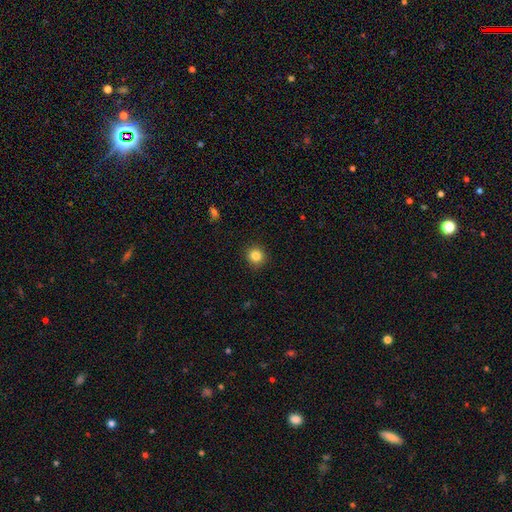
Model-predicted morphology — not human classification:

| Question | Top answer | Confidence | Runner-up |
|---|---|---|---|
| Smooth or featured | smooth | 84% | star or artifact (11%) |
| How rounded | round | 92% | in between (7%) |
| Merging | none | 92% | minor disturbance (6%) |